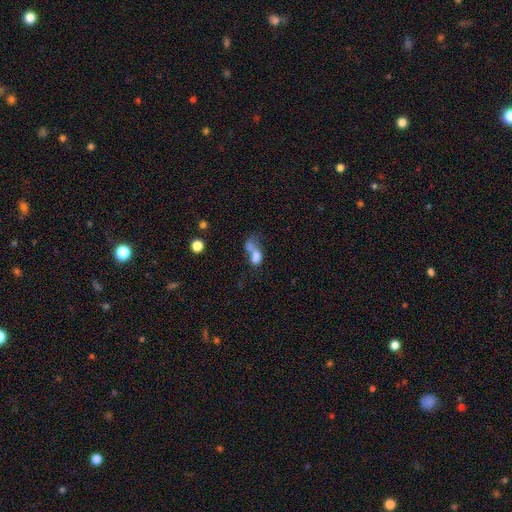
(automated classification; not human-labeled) This appears to be a smooth galaxy with no disk features (69%) that is in between round and cigar-shaped (75%). Merging: merger (58%).